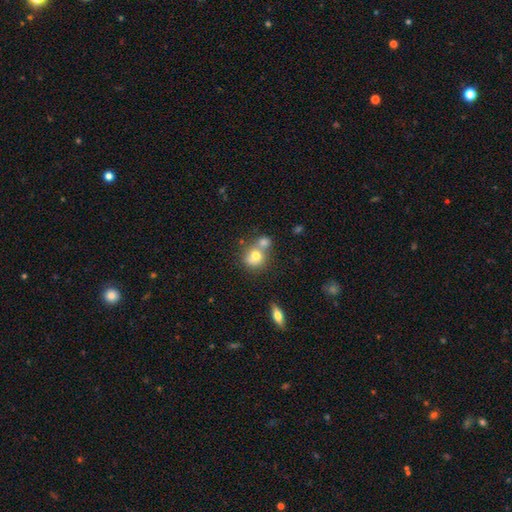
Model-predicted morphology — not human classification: This appears to be a smooth galaxy with no disk features (73%) that is round (75%). Merging: merger (49%).